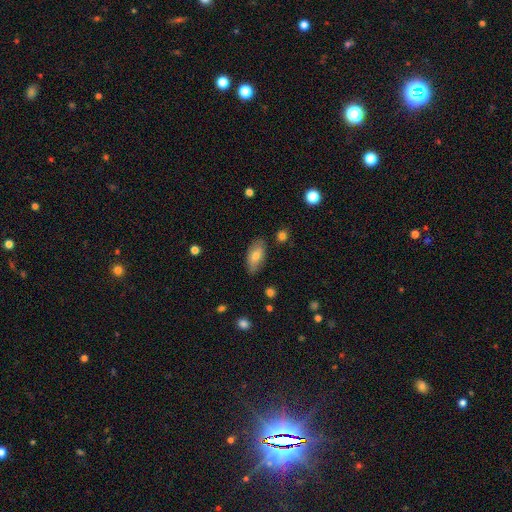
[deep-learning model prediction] A smooth galaxy with no disk features (73%) that is in between round and cigar-shaped (89%).

Vote fractions:
- Smooth or featured? smooth: 73% / featured or disk: 20% / star or artifact: 7%
- How rounded? in between: 89% / cigar-shaped: 8% / round: 3%
- Merging? none: 83% / minor disturbance: 13% / major disturbance: 3% / merger: 2%